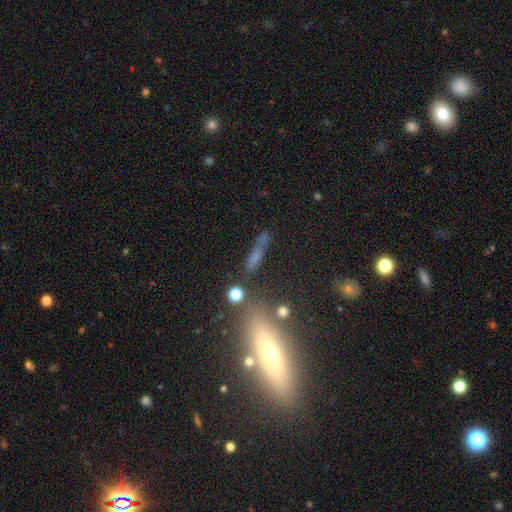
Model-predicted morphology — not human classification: Smooth or featured? smooth (57%)
How rounded? cigar-shaped (77%)
Merging? none (63%)